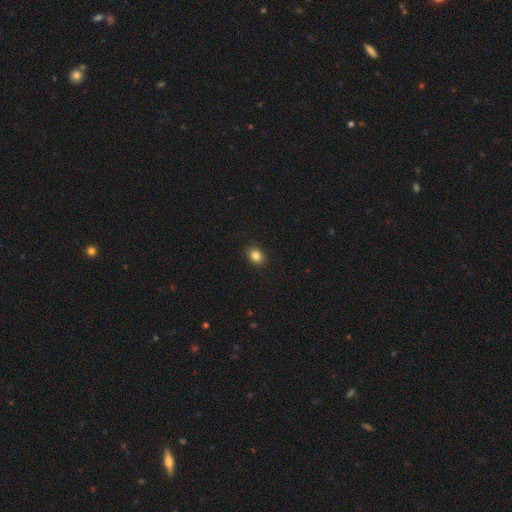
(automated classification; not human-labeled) Smooth or featured? smooth (85%)
How rounded? in between (50%)
Merging? none (90%)